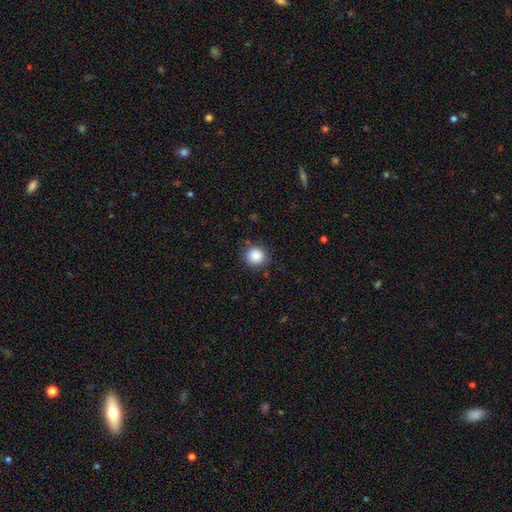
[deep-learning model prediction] Smooth or featured: smooth — 86% (star or artifact — 10%)
How rounded: round — 90% (in between — 9%)
Merging: none — 86% (minor disturbance — 10%)